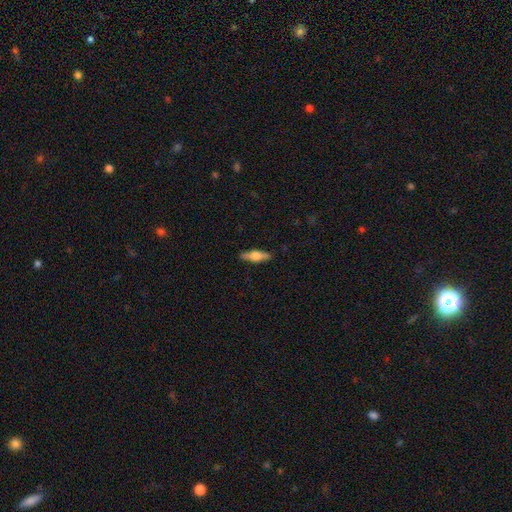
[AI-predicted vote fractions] smooth-or-featured: featured or disk: 52% | smooth: 42% | star or artifact: 6%
  disk-edge-on: yes: 94% | no: 6%
  merging: none: 88% | minor disturbance: 9% | major disturbance: 2% | merger: 1%